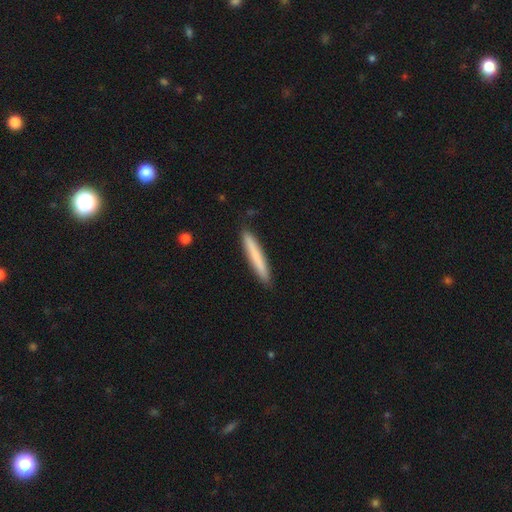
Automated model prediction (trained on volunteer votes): Morphology: type=smooth (74%); roundness=cigar-shaped (96%); merging=none (90%).